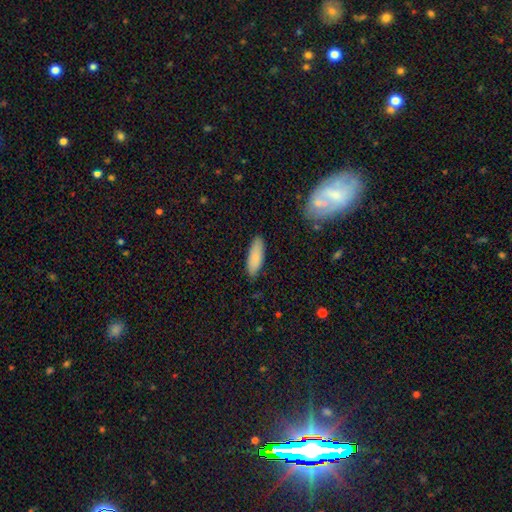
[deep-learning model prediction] The model was most divided on "how rounded": in between: 63%, cigar-shaped: 35%, round: 2%. More confident: merging — none (86%); smooth or featured — smooth (84%).